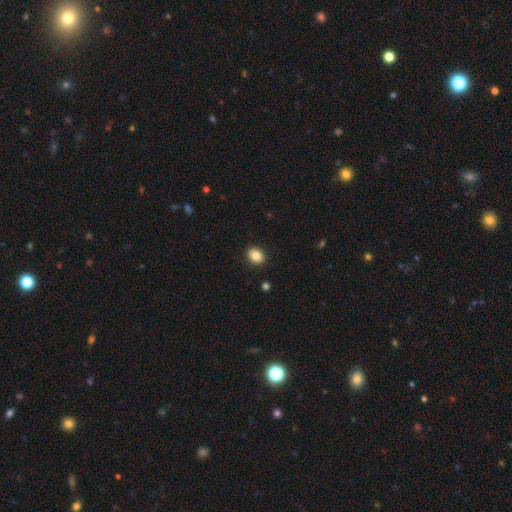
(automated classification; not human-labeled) Smooth or featured?
  - smooth: 84% *
  - star or artifact: 9%
  - featured or disk: 6%
How rounded?
  - round: 51% *
  - in between: 48%
  - cigar-shaped: 1%
Merging?
  - none: 91% *
  - minor disturbance: 7%
  - major disturbance: 2%
  - merger: 1%